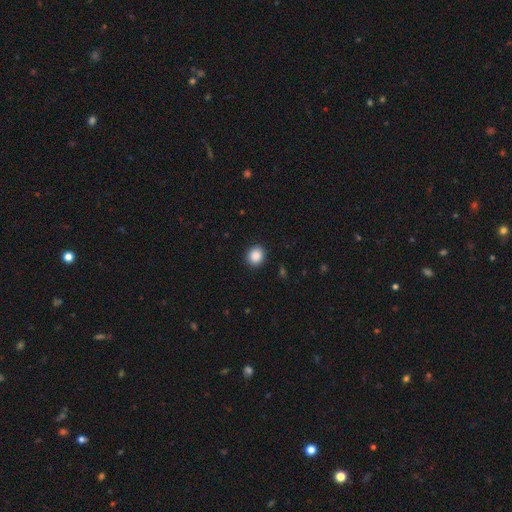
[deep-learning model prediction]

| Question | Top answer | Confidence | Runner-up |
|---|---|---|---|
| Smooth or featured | smooth | 88% | star or artifact (9%) |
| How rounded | round | 77% | in between (22%) |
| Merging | none | 91% | minor disturbance (6%) |